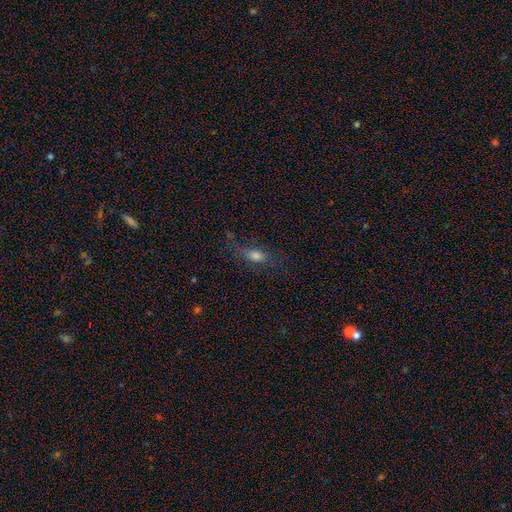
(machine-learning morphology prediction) smooth 64%, featured or disk 21%, star or artifact 15%. Down the decision tree: how rounded — in between (65%); merging — none (61%).